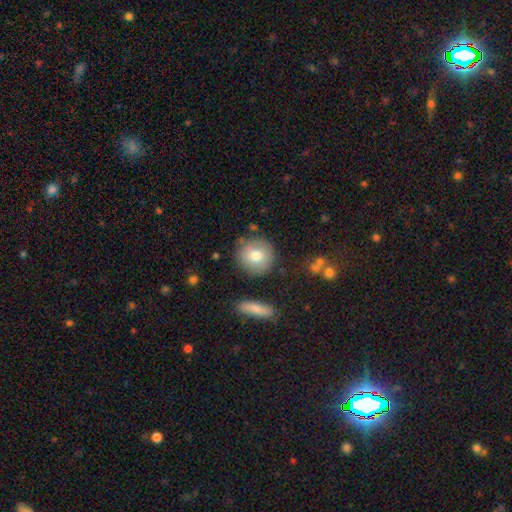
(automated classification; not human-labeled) smooth_or_featured: smooth (p=0.77) [alt: featured or disk p=0.16]
how_rounded: round (p=0.91) [alt: in between p=0.08]
merging: none (p=0.81) [alt: minor disturbance p=0.12]